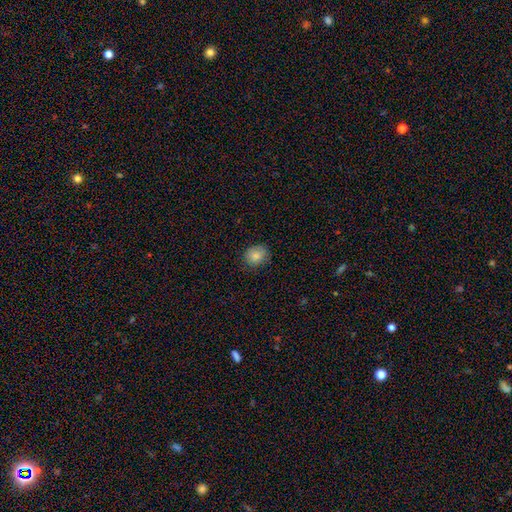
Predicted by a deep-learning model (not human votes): Smooth or featured?
  - smooth: 84% *
  - star or artifact: 9%
  - featured or disk: 7%
How rounded?
  - round: 64% *
  - in between: 35%
  - cigar-shaped: 1%
Merging?
  - none: 81% *
  - minor disturbance: 15%
  - major disturbance: 3%
  - merger: 1%